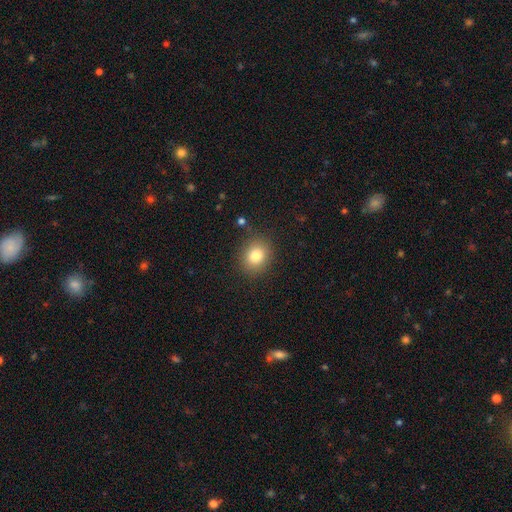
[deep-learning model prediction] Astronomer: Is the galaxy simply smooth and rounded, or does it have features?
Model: smooth — 81%.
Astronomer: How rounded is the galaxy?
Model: round — 70%.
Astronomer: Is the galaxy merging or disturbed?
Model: none — 86%.